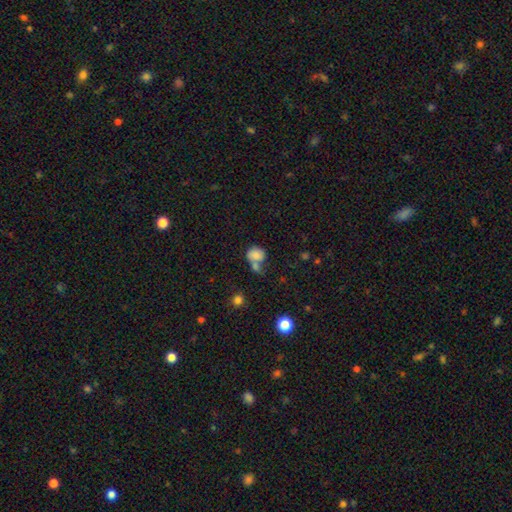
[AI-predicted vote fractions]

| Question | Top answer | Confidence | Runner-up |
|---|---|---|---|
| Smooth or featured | smooth | 75% | featured or disk (14%) |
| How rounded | in between | 52% | round (47%) |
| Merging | merger | 47% | none (28%) |